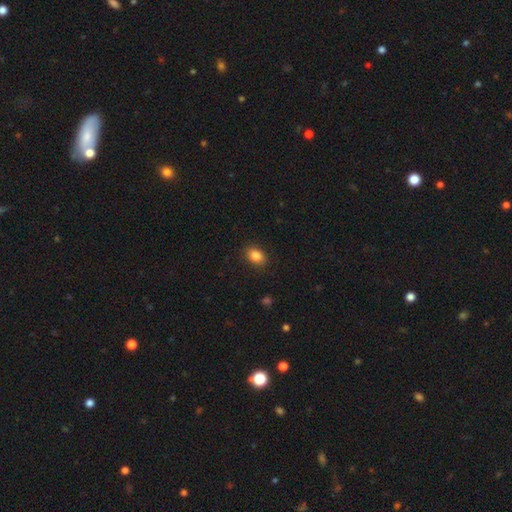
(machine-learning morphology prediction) smooth-or-featured: smooth: 86% | star or artifact: 9% | featured or disk: 5%
  how-rounded: in between: 74% | round: 25% | cigar-shaped: 1%
  merging: none: 88% | minor disturbance: 9% | major disturbance: 2% | merger: 1%